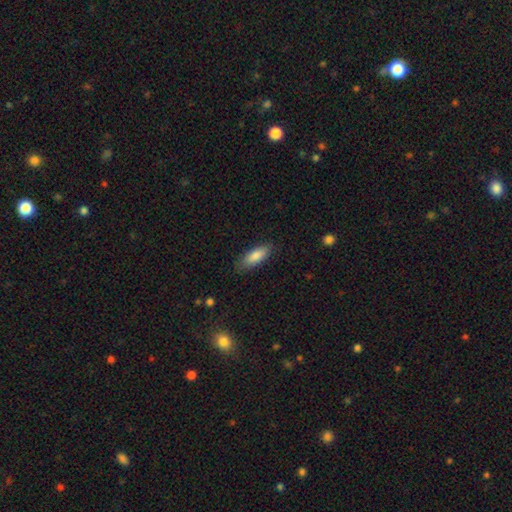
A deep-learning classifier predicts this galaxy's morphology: smooth 84%, featured or disk 10%, star or artifact 6%. Down the decision tree: how rounded — in between (70%); merging — none (82%).